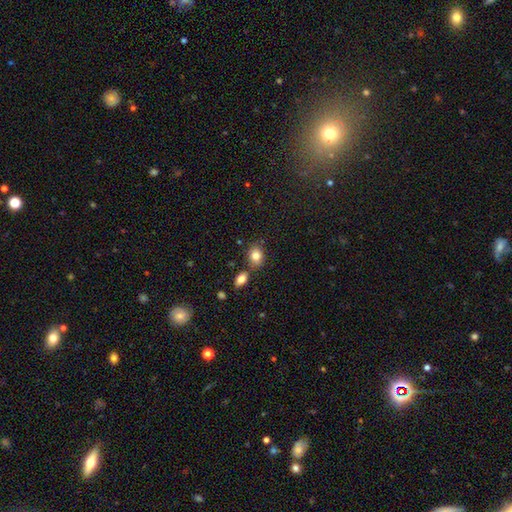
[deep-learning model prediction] Q: Smooth or featured?
A: smooth (82%); runner-up: star or artifact (9%)
Q: How rounded?
A: in between (59%); runner-up: round (39%)
Q: Merging?
A: none (71%); runner-up: merger (14%)